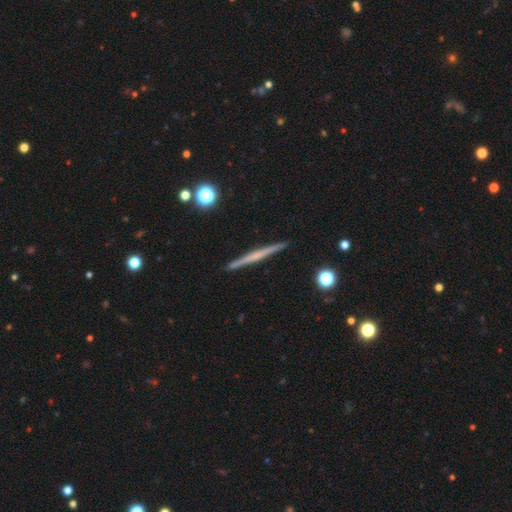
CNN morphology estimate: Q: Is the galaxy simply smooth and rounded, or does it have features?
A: featured or disk — 60%.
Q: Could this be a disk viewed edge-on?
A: yes — 98%.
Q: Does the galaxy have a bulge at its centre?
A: none — 71%.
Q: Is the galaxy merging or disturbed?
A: none — 92%.